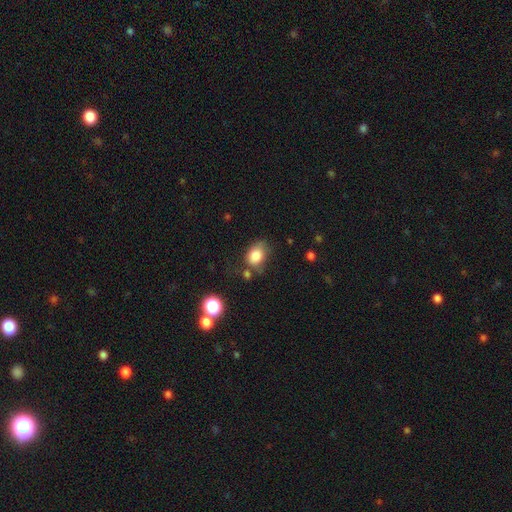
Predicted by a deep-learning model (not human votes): Smooth or featured?
  - smooth: 82% *
  - star or artifact: 10%
  - featured or disk: 8%
How rounded?
  - in between: 64% *
  - round: 35%
  - cigar-shaped: 1%
Merging?
  - none: 54% *
  - minor disturbance: 28%
  - major disturbance: 10%
  - merger: 9%